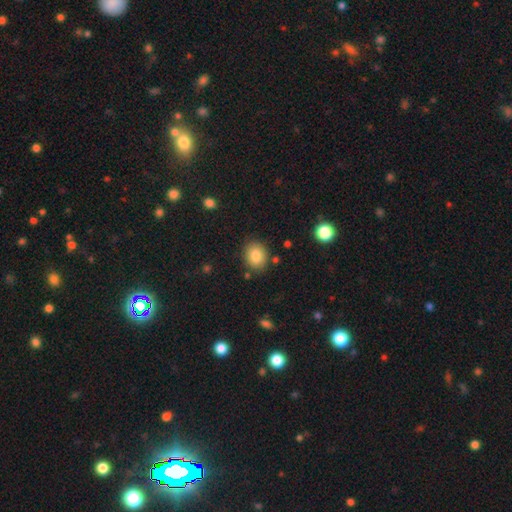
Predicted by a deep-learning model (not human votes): smooth_or_featured: smooth (p=0.83) [alt: star or artifact p=0.09]
how_rounded: round (p=0.55) [alt: in between p=0.44]
merging: none (p=0.84) [alt: minor disturbance p=0.10]